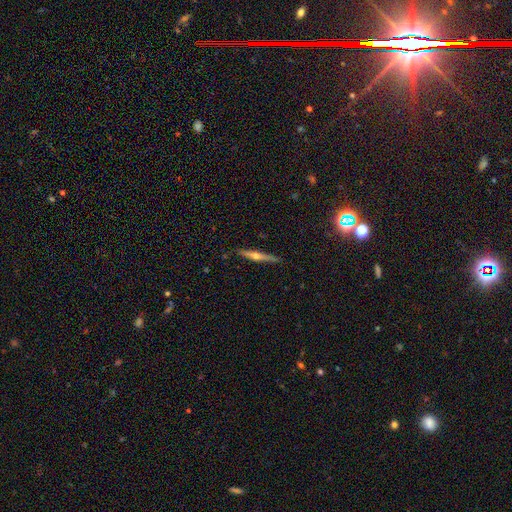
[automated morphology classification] Smooth or featured: featured or disk — 73% (smooth — 20%)
Edge-on disk: yes — 98% (no — 2%)
Edge-on bulge: rounded — 89% (none — 6%)
Merging: none — 89% (minor disturbance — 8%)